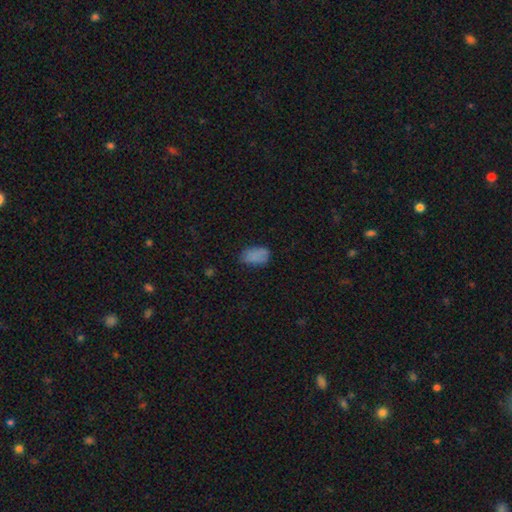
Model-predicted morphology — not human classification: type=smooth (74%); roundness=in between (90%); merging=none (62%).